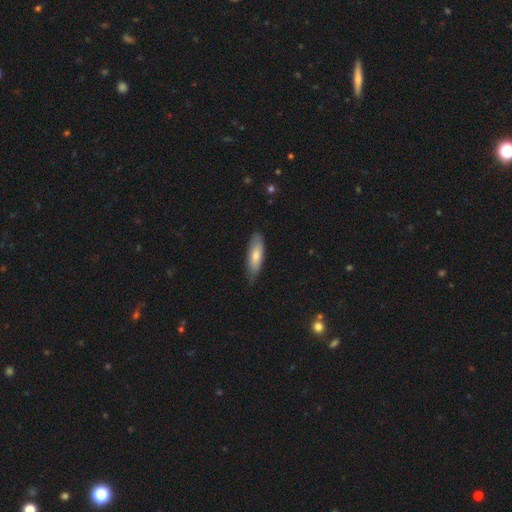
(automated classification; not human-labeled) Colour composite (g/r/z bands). It shows a smooth galaxy with no disk features (74%) that is in between round and cigar-shaped (53%). Merging: none (74%).